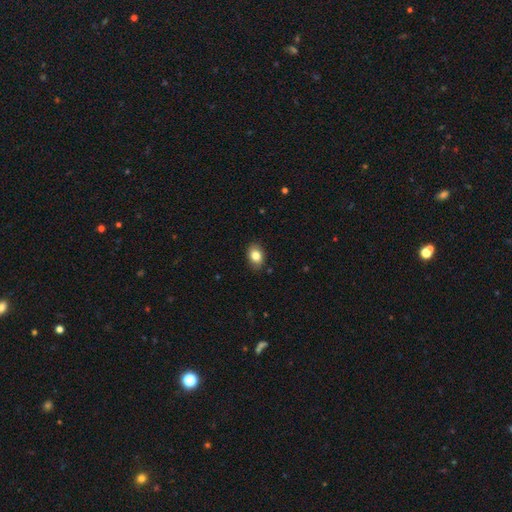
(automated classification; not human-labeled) Smooth or featured? smooth (83%)
How rounded? in between (78%)
Merging? none (86%)